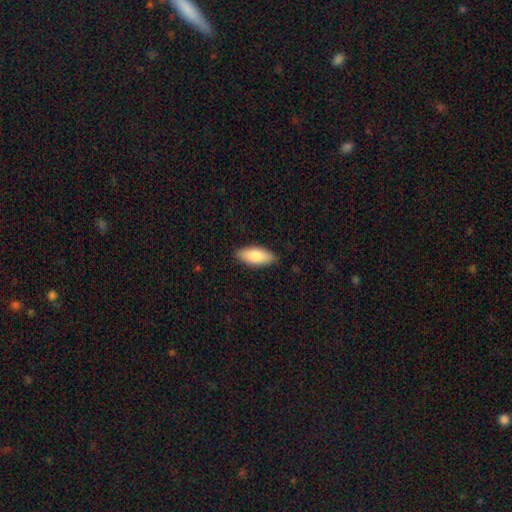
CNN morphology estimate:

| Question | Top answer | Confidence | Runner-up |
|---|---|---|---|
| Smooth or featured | smooth | 84% | featured or disk (11%) |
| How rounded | in between | 79% | cigar-shaped (19%) |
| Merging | none | 86% | minor disturbance (11%) |